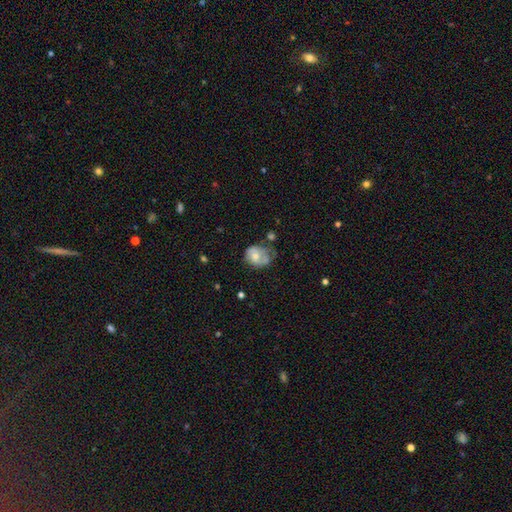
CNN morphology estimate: Smooth or featured? Predicted: smooth (p=0.54). How rounded? Predicted: round (p=0.50). Merging? Predicted: none (p=0.37).